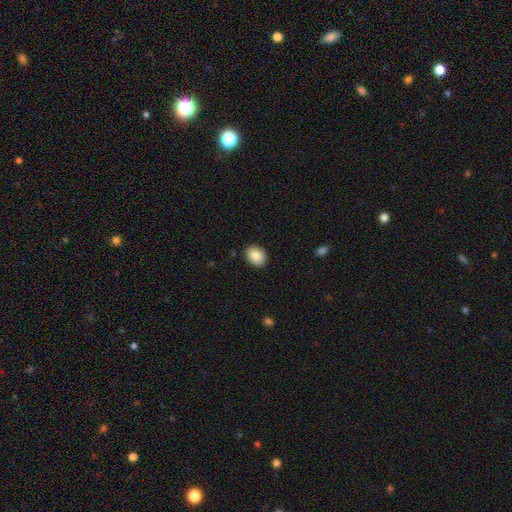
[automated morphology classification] Q: Smooth or featured?
A: smooth (88%); runner-up: star or artifact (7%)
Q: How rounded?
A: in between (73%); runner-up: round (26%)
Q: Merging?
A: none (89%); runner-up: minor disturbance (8%)